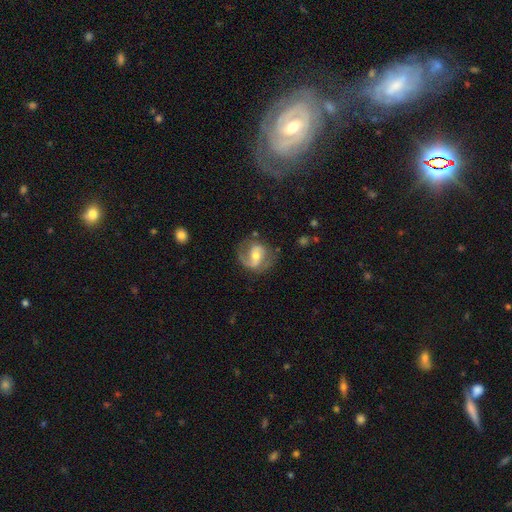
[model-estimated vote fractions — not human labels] Smooth or featured? Predicted: featured or disk (p=0.80). Edge-on disk? Predicted: no (p=0.98). Bar? Predicted: weak (p=0.45). Spiral arms? Predicted: yes (p=0.93). Spiral winding? Predicted: medium (p=0.46). Spiral arm count? Predicted: 2 (p=0.64). Bulge size? Predicted: moderate (p=0.64). Merging? Predicted: none (p=0.66).